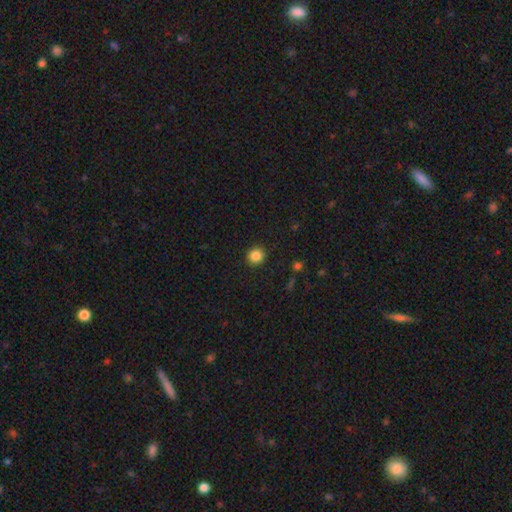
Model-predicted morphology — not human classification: smooth-or-featured: smooth: 85% | star or artifact: 11% | featured or disk: 4%
  how-rounded: round: 92% | in between: 7% | cigar-shaped: 1%
  merging: none: 92% | minor disturbance: 5% | major disturbance: 2% | merger: 1%